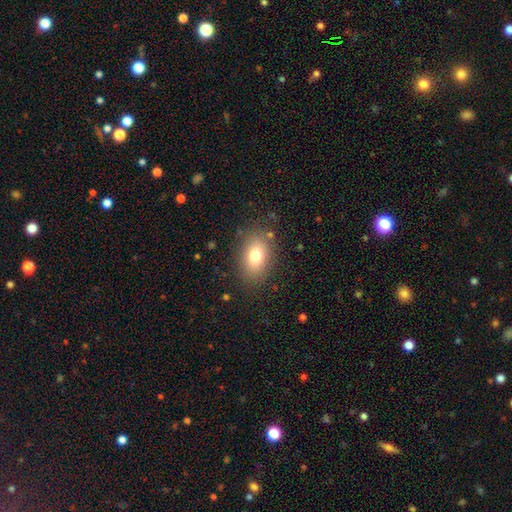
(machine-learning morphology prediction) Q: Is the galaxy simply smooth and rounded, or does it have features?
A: smooth — 77%.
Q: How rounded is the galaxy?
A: in between — 85%.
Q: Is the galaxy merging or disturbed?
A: none — 83%.